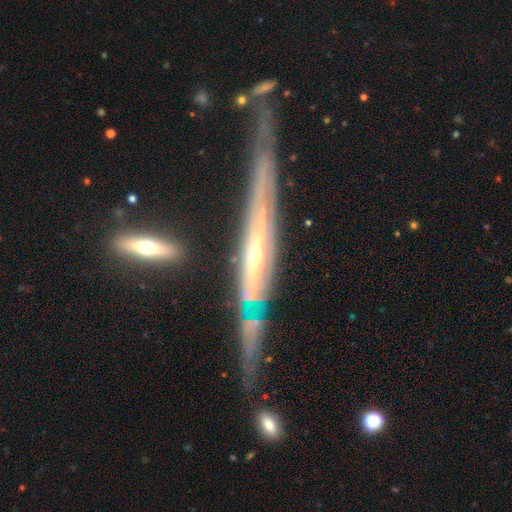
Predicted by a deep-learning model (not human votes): This is clearly a featured or disk galaxy (83%). It is clearly viewed edge-on (86%). Edge-on bulge: possibly rounded (46%). Merging: possibly none (54%).